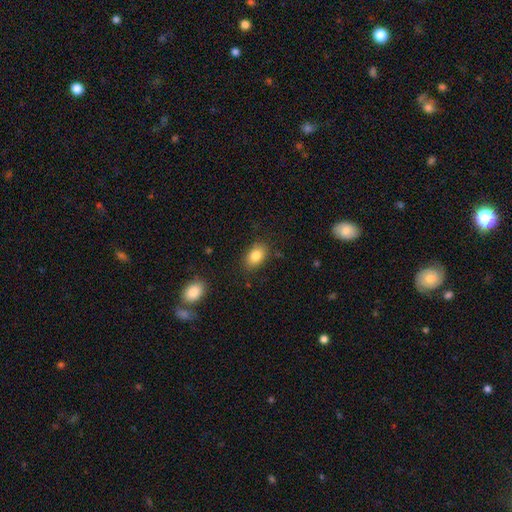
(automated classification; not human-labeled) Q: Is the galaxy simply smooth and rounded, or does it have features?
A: smooth — 83%.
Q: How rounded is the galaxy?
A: in between — 84%.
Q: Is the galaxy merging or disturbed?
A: none — 84%.